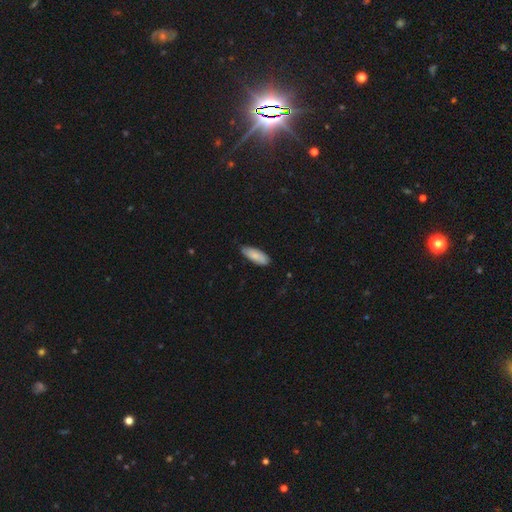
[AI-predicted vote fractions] Smooth or featured: smooth — 82% (featured or disk — 13%)
How rounded: in between — 70% (cigar-shaped — 28%)
Merging: none — 78% (minor disturbance — 19%)